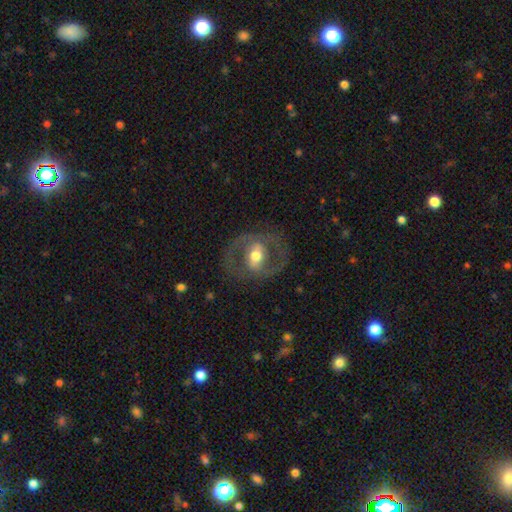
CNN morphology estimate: Smooth or featured: featured or disk — 72% (smooth — 22%)
Edge-on disk: no — 94% (yes — 6%)
Bar: weak — 37% (tied with strong — 37%)
Spiral arms: yes — 56% (no — 44%)
Bulge size: moderate — 68% (large — 17%)
Merging: none — 76% (minor disturbance — 12%)